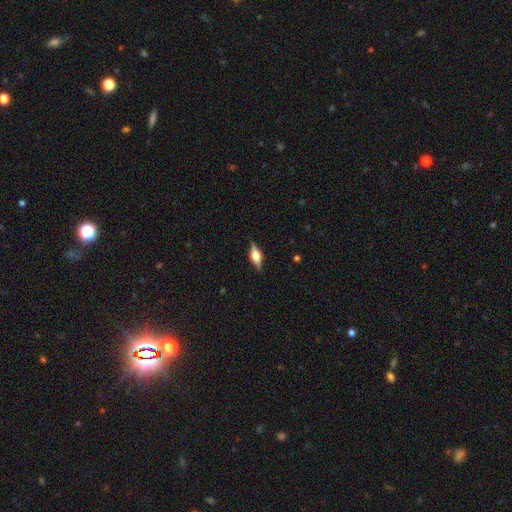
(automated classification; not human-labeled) Smooth or featured?
  - featured or disk: 63% *
  - smooth: 30%
  - star or artifact: 7%
Edge-on disk?
  - yes: 96% *
  - no: 4%
Edge-on bulge?
  - rounded: 87% *
  - boxy: 11%
  - none: 1%
Merging?
  - none: 86% *
  - minor disturbance: 10%
  - major disturbance: 2%
  - merger: 1%